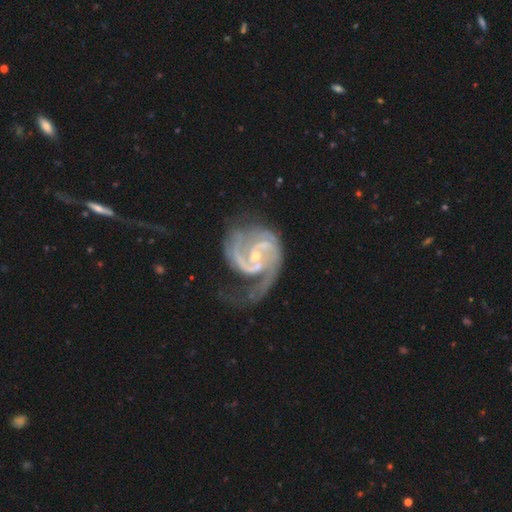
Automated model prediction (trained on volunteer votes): Smooth or featured? Predicted: featured or disk (p=0.93). Edge-on disk? Predicted: no (p=0.98). Bar? Predicted: weak (p=0.46). Spiral arms? Predicted: yes (p=0.98). Spiral winding? Predicted: medium (p=0.56). Spiral arm count? Predicted: 2 (p=0.79). Bulge size? Predicted: small (p=0.71). Merging? Predicted: none (p=0.47).